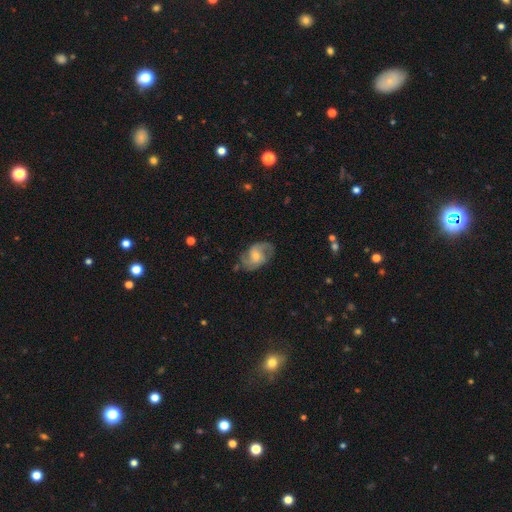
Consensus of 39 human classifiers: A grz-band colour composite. It shows a featured or disk galaxy (82%) with no bar (62%), 2 (81%) medium (45%) spiral arms (97%) and a moderate central bulge (50%). Merging: none (78%).